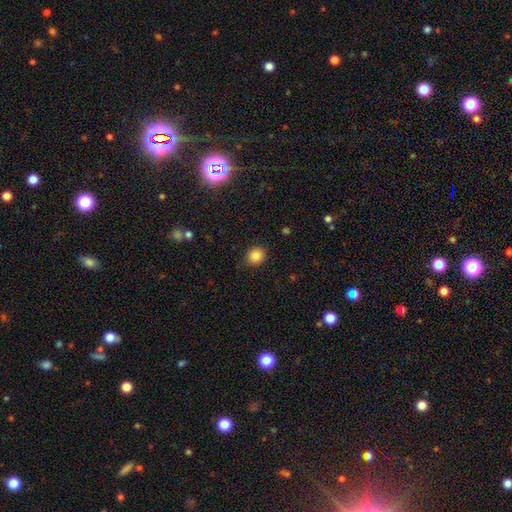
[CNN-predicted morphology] smooth-or-featured: smooth: 85% | star or artifact: 11% | featured or disk: 5%
  how-rounded: round: 77% | in between: 22% | cigar-shaped: 1%
  merging: none: 87% | minor disturbance: 10% | major disturbance: 3% | merger: 1%